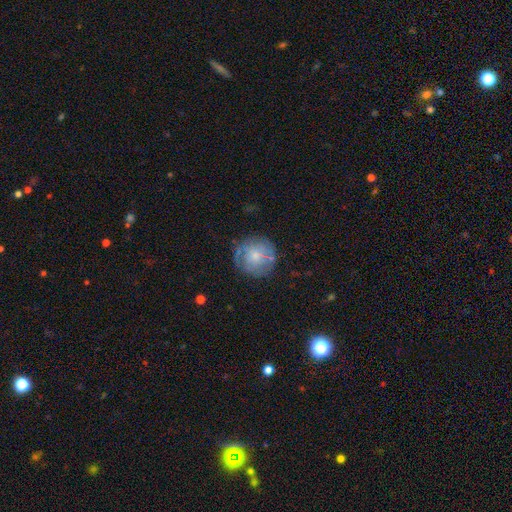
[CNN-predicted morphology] Smooth or featured? smooth (58%)
How rounded? round (93%)
Merging? none (71%)